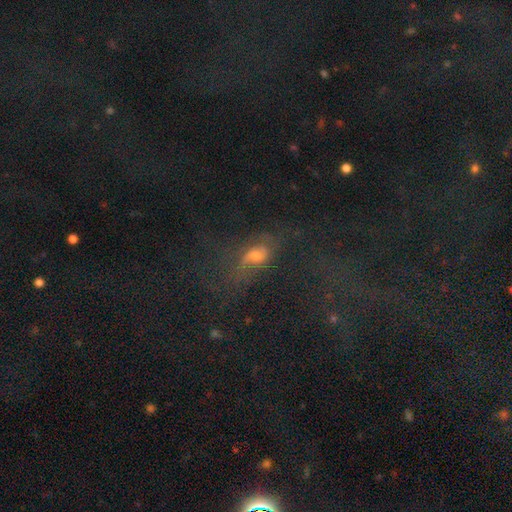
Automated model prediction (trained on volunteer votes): Q: Smooth or featured?
A: featured or disk (43%); runner-up: smooth (33%)
Q: Merging?
A: none (51%); runner-up: major disturbance (25%)